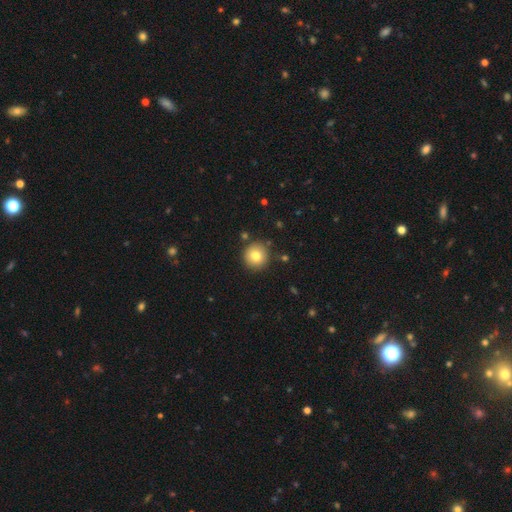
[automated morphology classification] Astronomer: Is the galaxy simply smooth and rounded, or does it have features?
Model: smooth — 80%.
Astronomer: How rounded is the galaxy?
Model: round — 94%.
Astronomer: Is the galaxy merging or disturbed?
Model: none — 88%.